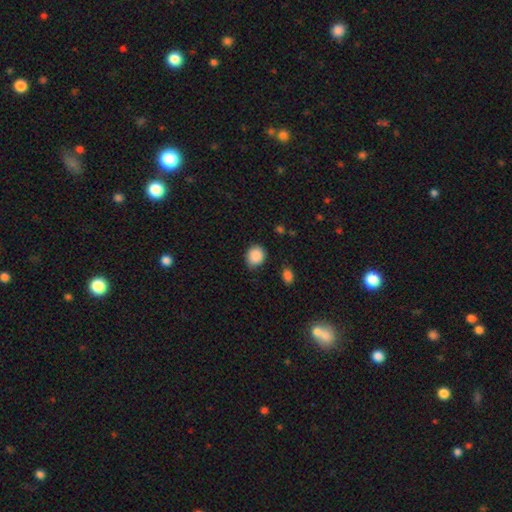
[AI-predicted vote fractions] Morphology: type=smooth (89%); roundness=round (65%); merging=none (80%).